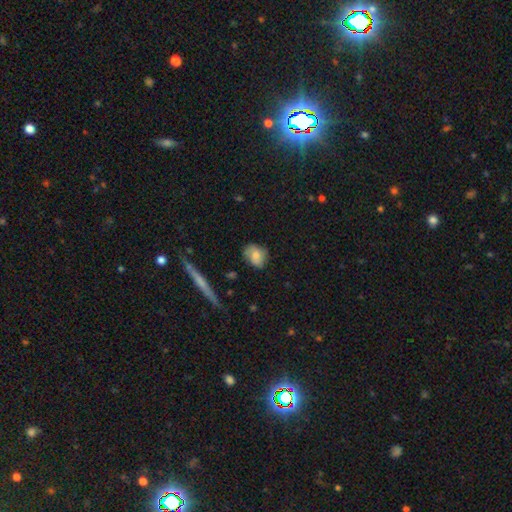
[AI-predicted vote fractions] Smooth or featured?
  - smooth: 69% *
  - featured or disk: 23%
  - star or artifact: 8%
How rounded?
  - round: 53% *
  - in between: 44%
  - cigar-shaped: 3%
Merging?
  - none: 70% *
  - minor disturbance: 22%
  - major disturbance: 6%
  - merger: 2%